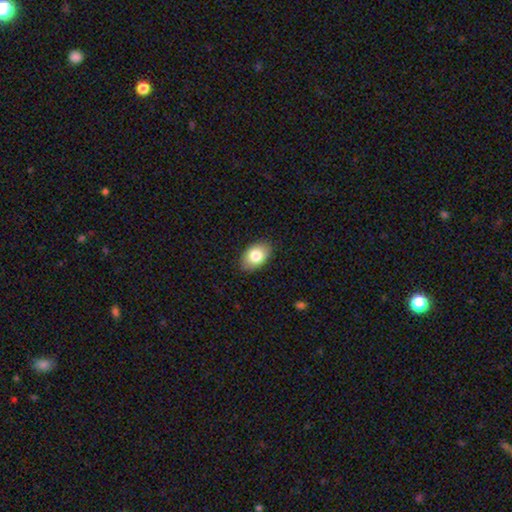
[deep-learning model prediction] Overall: smooth (81%). How rounded: in between (88%). Merging: none (87%).